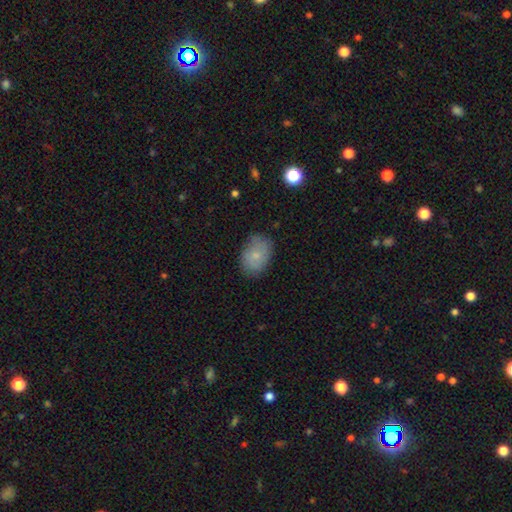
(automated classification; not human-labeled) Morphology: type=smooth (74%); roundness=in between (79%); merging=none (75%).